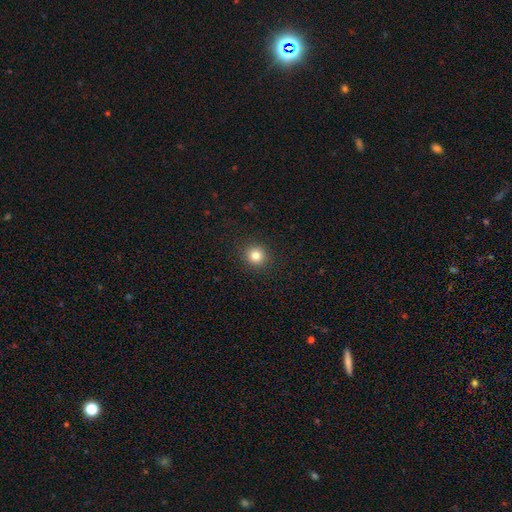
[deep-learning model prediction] Smooth or featured: smooth — 83% (star or artifact — 12%)
How rounded: round — 93% (in between — 6%)
Merging: none — 92% (minor disturbance — 5%)